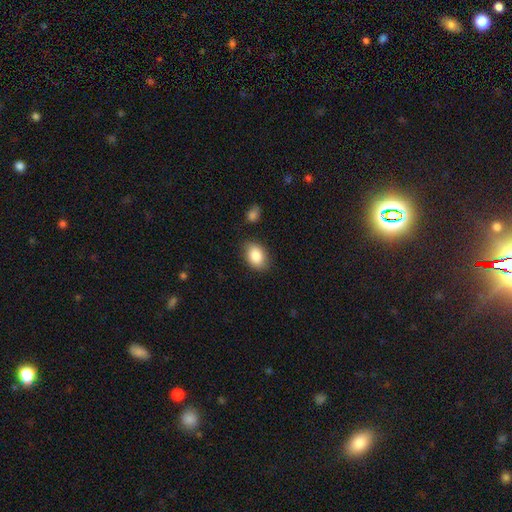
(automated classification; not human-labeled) Morphology: type=smooth (86%); roundness=in between (82%); merging=none (82%).